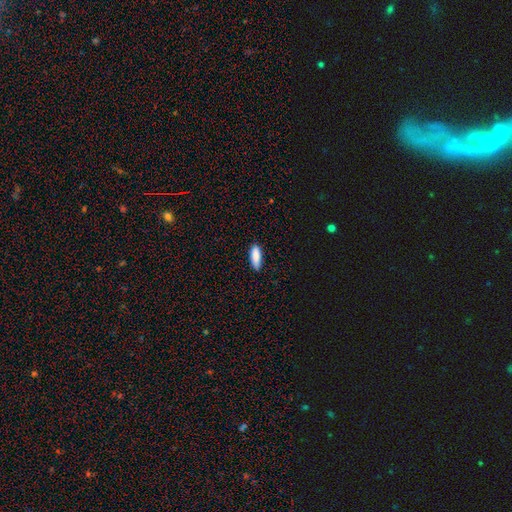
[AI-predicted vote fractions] This appears to be a smooth galaxy with no disk features (87%) that is in between round and cigar-shaped (54%). Merging: none (85%).